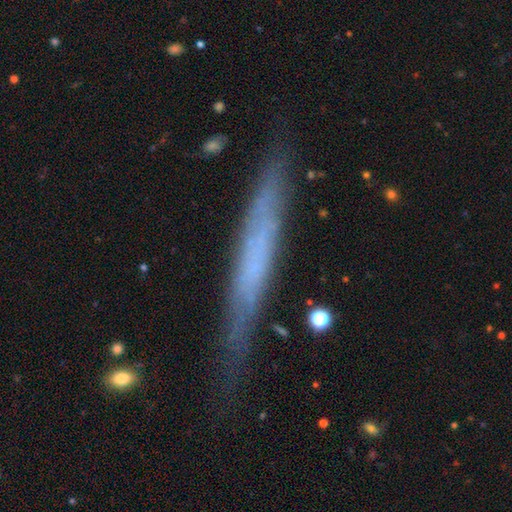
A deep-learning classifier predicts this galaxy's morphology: Smooth or featured? featured or disk (56%)
Edge-on disk? yes (89%)
Merging? none (77%)